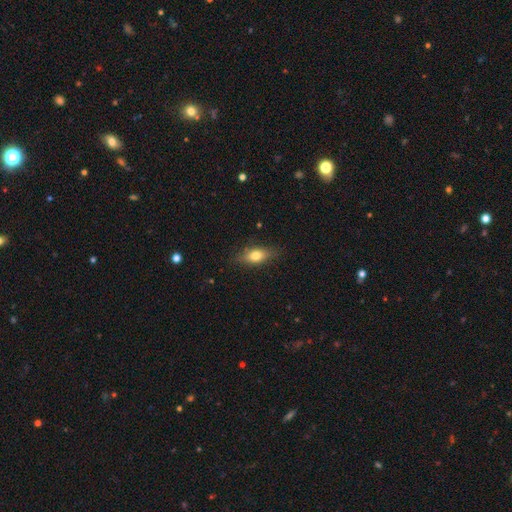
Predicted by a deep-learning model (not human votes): Q: Smooth or featured?
A: smooth (69%); runner-up: featured or disk (23%)
Q: How rounded?
A: in between (74%); runner-up: cigar-shaped (19%)
Q: Merging?
A: none (80%); runner-up: minor disturbance (15%)